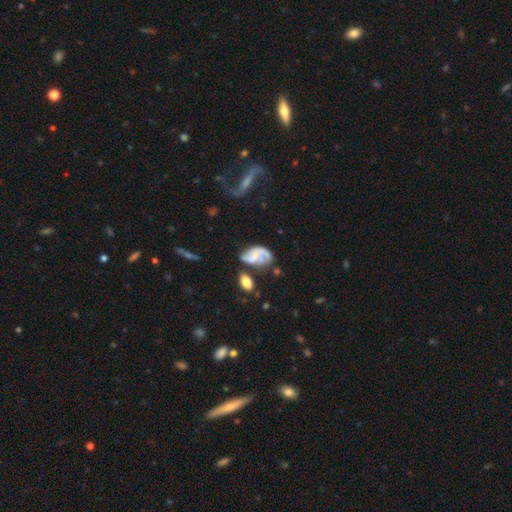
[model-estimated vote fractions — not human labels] featured or disk 68%, smooth 24%, star or artifact 8%. Down the decision tree: edge-on disk — no (97%); bar — no (62%); spiral arms — yes (85%); spiral arm count — 2 (61%); spiral winding — medium (40%); bulge size — small (41%); merging — none (36%).